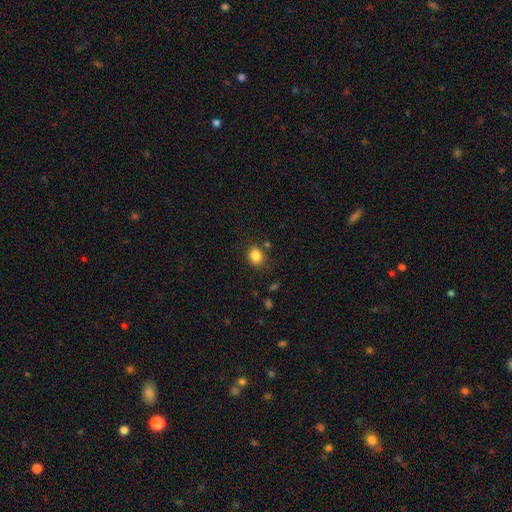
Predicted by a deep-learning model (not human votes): smooth-or-featured: smooth: 85% | star or artifact: 11% | featured or disk: 5%
  how-rounded: round: 64% | in between: 35% | cigar-shaped: 1%
  merging: none: 81% | minor disturbance: 11% | merger: 4% | major disturbance: 3%